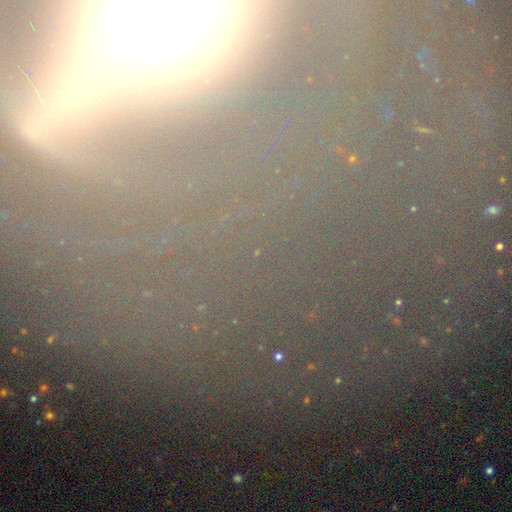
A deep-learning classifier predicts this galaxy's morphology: Smooth or featured?
  - star or artifact: 48% *
  - featured or disk: 31%
  - smooth: 21%